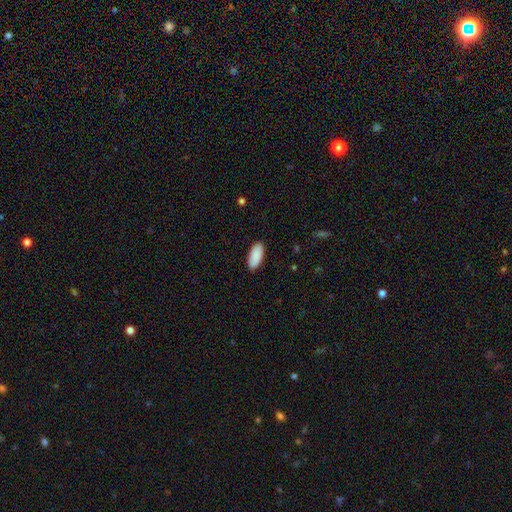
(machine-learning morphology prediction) smooth-or-featured: smooth: 91% | star or artifact: 6% | featured or disk: 4%
  how-rounded: in between: 88% | cigar-shaped: 10% | round: 2%
  merging: none: 89% | minor disturbance: 8% | major disturbance: 2% | merger: 1%